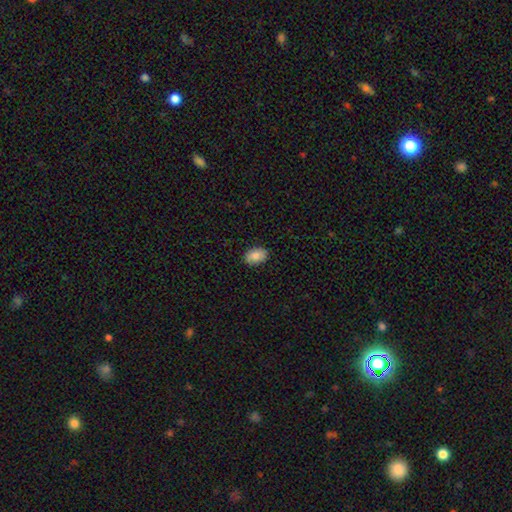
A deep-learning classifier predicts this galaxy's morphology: Overall: smooth (83%). How rounded: in between (83%). Merging: none (87%).